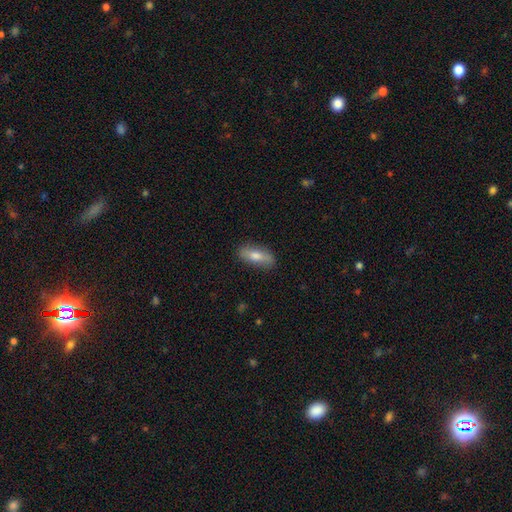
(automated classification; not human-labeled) Overall: smooth (64%; featured or disk 29%). How rounded: in between (70%). Merging: none (84%).